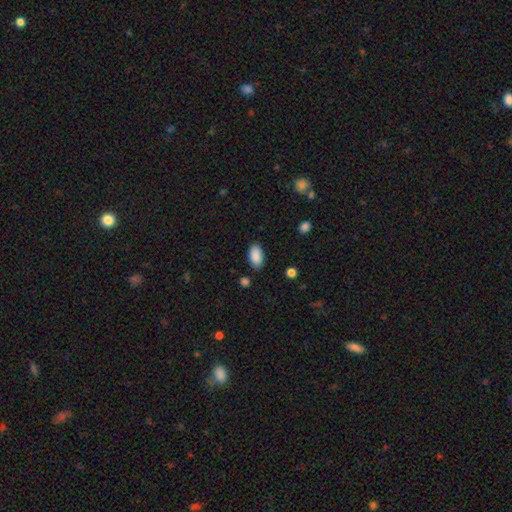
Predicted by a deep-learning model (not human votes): Smooth or featured: smooth — 89% (star or artifact — 7%)
How rounded: in between — 94% (round — 4%)
Merging: none — 84% (minor disturbance — 11%)